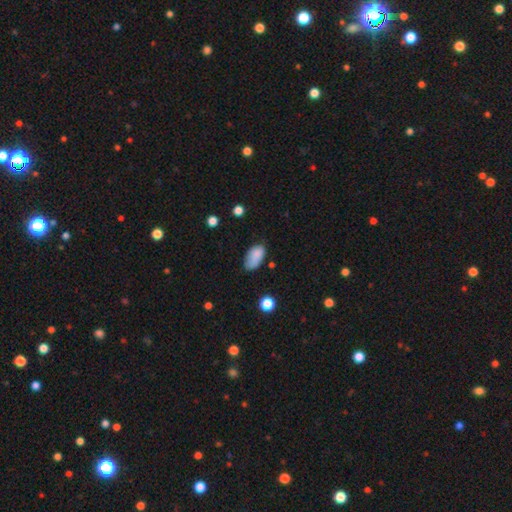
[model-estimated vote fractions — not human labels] Overall: smooth (84%). How rounded: in between (93%). Merging: none (56%; minor disturbance 32%).